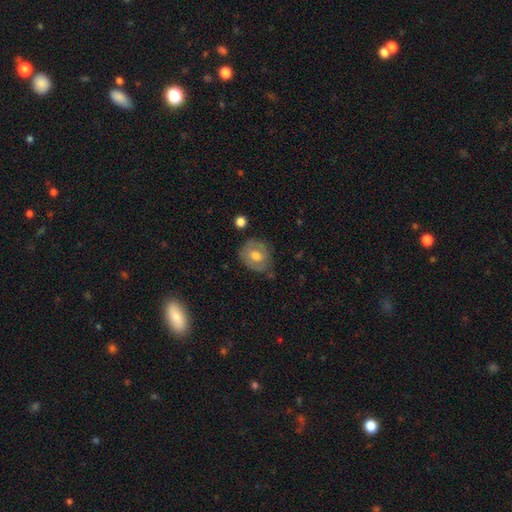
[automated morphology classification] This appears to be a smooth galaxy with no disk features (57%) that is round (65%). Merging: none (63%).